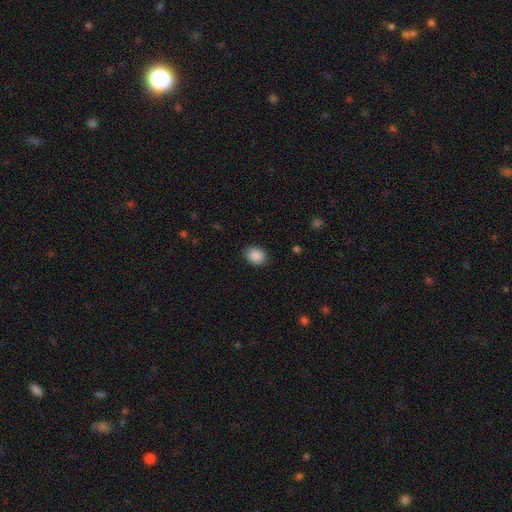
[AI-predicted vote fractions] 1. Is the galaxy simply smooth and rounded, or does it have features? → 89% smooth, 8% star or artifact, 3% featured or disk.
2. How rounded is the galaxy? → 54% in between, 45% round, 1% cigar-shaped.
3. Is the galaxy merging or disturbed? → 88% none, 9% minor disturbance, 2% major disturbance, 1% merger.